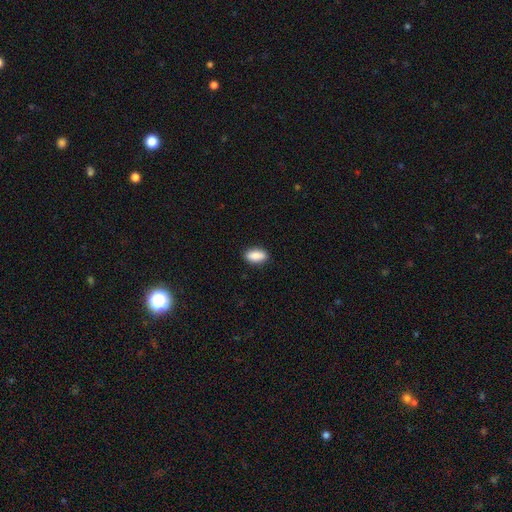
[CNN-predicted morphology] smooth 88%, star or artifact 7%, featured or disk 5%. Down the decision tree: how rounded — in between (89%); merging — none (88%).